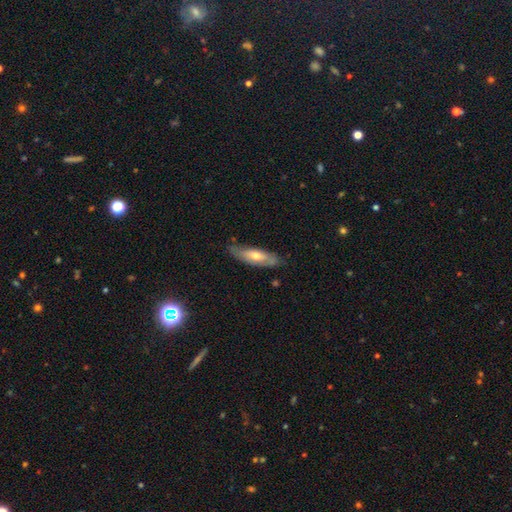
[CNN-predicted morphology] type=smooth (50%); roundness=cigar-shaped (57%); merging=none (74%).